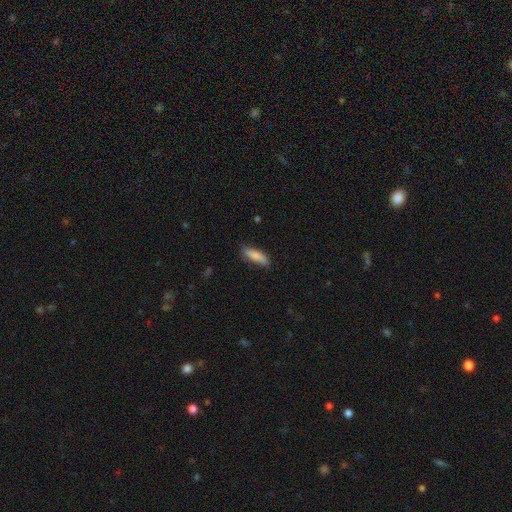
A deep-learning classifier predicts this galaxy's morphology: The model was most divided on "how rounded": cigar-shaped: 59%, in between: 40%, round: 2%. More confident: smooth or featured — smooth (81%); merging — none (78%).